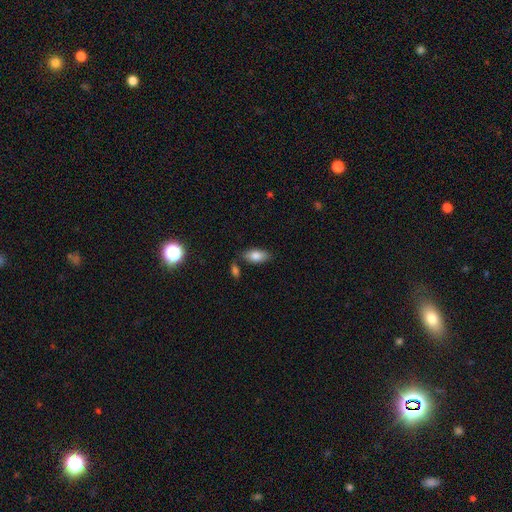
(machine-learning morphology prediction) This is clearly a smooth galaxy (82%). How rounded: clearly in between (90%). Merging: likely none (76%).